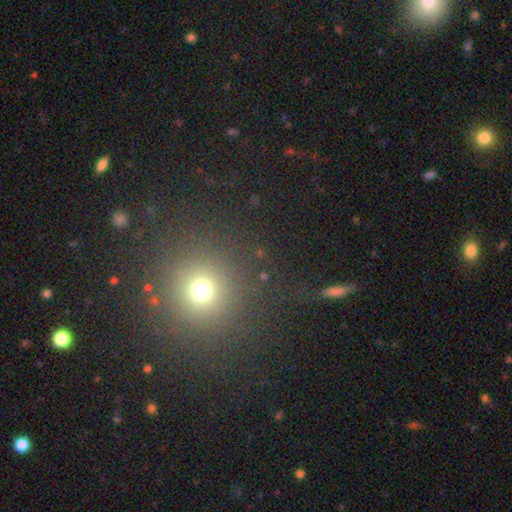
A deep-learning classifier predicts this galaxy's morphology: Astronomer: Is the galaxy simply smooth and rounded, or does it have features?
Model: smooth — 58% (runner-up: star or artifact, 35%).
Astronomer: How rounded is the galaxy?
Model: round — 94%.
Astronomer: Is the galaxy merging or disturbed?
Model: none — 90%.